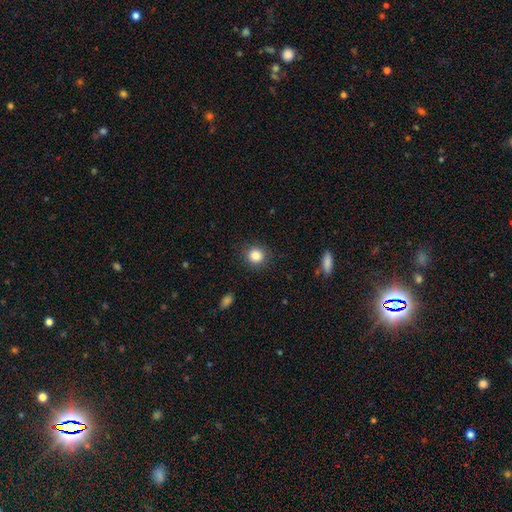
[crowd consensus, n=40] Smooth or featured? smooth (88%)
How rounded? round (94%)
Merging? none (94%)